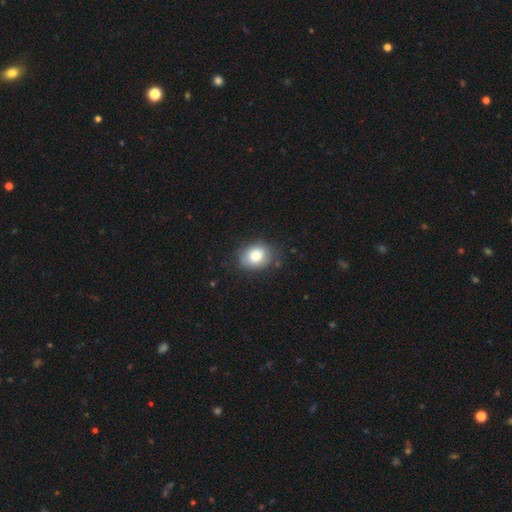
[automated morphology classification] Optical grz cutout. It shows a smooth galaxy with no disk features (79%) that is in between round and cigar-shaped (50%). Merging: none (75%).